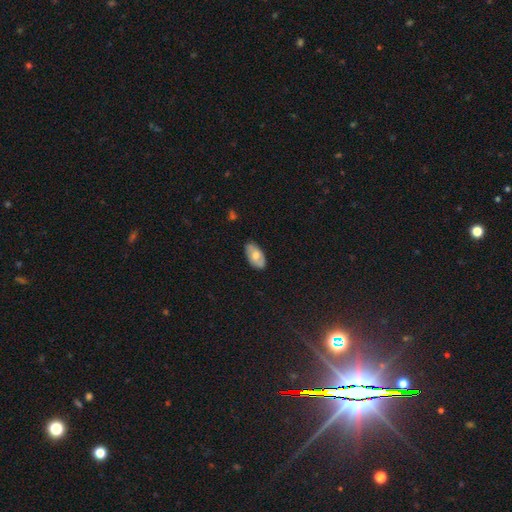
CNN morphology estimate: This appears to be a smooth galaxy with no disk features (63%) that is in between round and cigar-shaped (94%). Merging: none (82%).